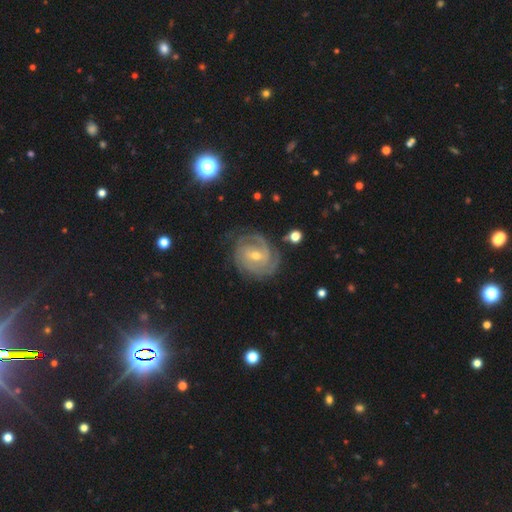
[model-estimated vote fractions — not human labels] A featured or disk galaxy (88%) with a weak bar (47%), 3 (30%) tight (71%) spiral arms (97%) and a small central bulge (54%).

Vote fractions:
- Smooth or featured? featured or disk: 88% / smooth: 6% / star or artifact: 6%
- Edge-on disk? no: 97% / yes: 3%
- Bar? weak: 47% / no: 37% / strong: 17%
- Spiral arms? yes: 97% / no: 3%
- Spiral winding? tight: 71% / medium: 24% / loose: 4%
- Spiral arm count? 3: 30% / 2: 29% / can't tell: 20% / 4: 10% / 1: 5% / more than 4: 5%
- Bulge size? small: 54% / moderate: 43% / large: 1% / none: 1% / dominant: 1%
- Merging? none: 76% / minor disturbance: 16% / major disturbance: 6% / merger: 2%